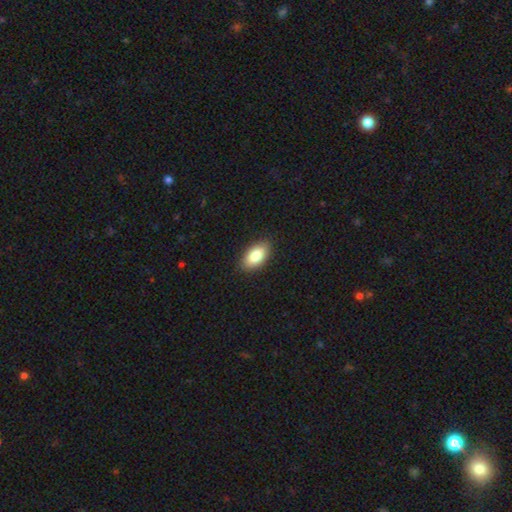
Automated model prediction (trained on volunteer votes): smooth 85%, featured or disk 8%, star or artifact 7%. Down the decision tree: how rounded — in between (93%); merging — none (87%).